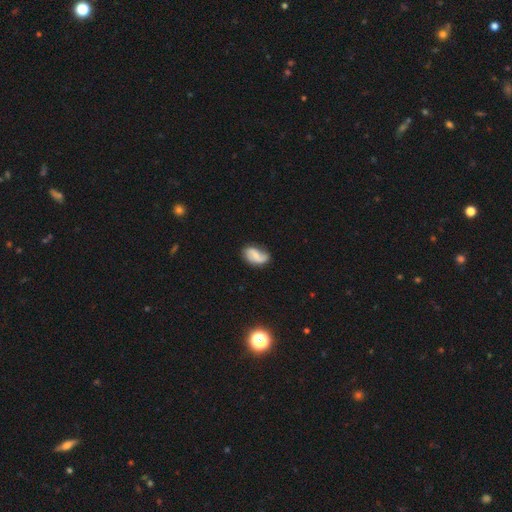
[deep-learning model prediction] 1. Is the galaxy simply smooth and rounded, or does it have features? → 56% featured or disk, 36% smooth, 8% star or artifact.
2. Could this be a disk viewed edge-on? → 96% no, 4% yes.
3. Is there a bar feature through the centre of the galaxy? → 46% no, 40% weak, 14% strong.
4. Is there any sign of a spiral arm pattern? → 89% yes, 11% no.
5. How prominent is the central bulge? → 46% small, 26% none, 24% moderate, 3% large, 1% dominant.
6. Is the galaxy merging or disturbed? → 65% none, 24% minor disturbance, 8% major disturbance, 3% merger.